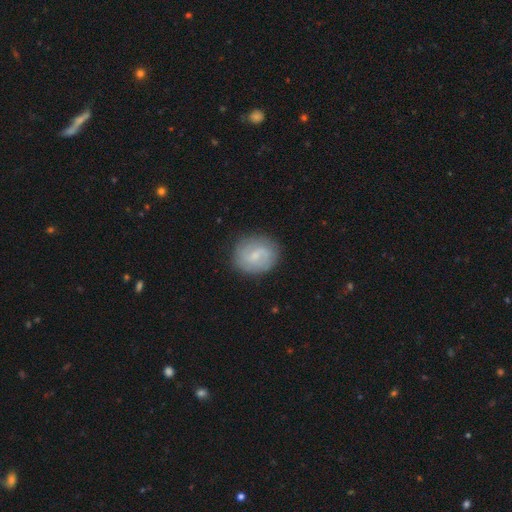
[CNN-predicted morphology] Q: Smooth or featured?
A: featured or disk (56%); runner-up: smooth (38%)
Q: Edge-on disk?
A: no (97%); runner-up: yes (3%)
Q: Bar?
A: weak (62%); runner-up: no (26%)
Q: Spiral arms?
A: yes (83%); runner-up: no (17%)
Q: Bulge size?
A: small (60%); runner-up: moderate (24%)
Q: Merging?
A: none (83%); runner-up: minor disturbance (12%)